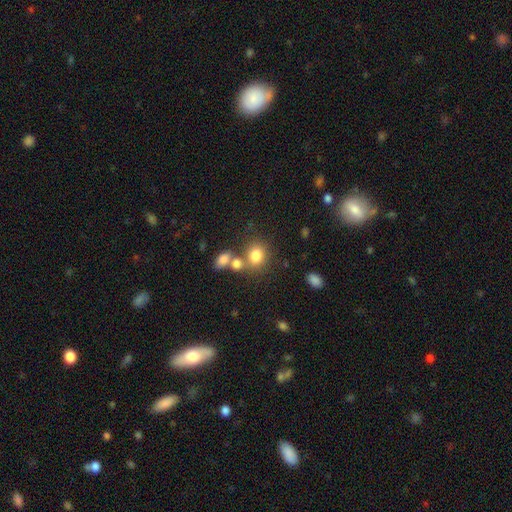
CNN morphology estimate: Smooth or featured? smooth (80%)
How rounded? round (59%)
Merging? none (53%)